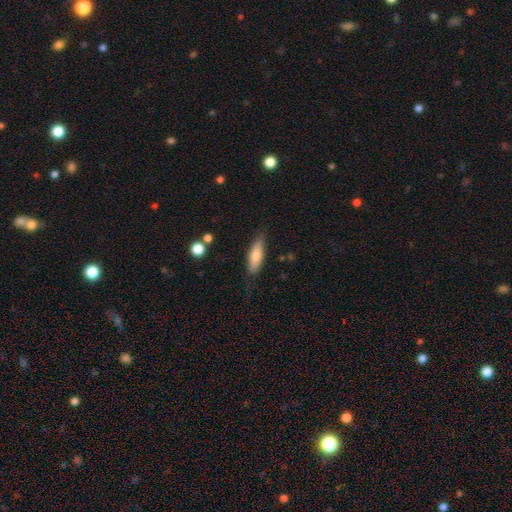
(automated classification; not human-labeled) smooth_or_featured: smooth (p=0.69) [alt: featured or disk p=0.24]
how_rounded: cigar-shaped (p=0.49) [tied with: in between p=0.49]
merging: none (p=0.74) [alt: minor disturbance p=0.19]